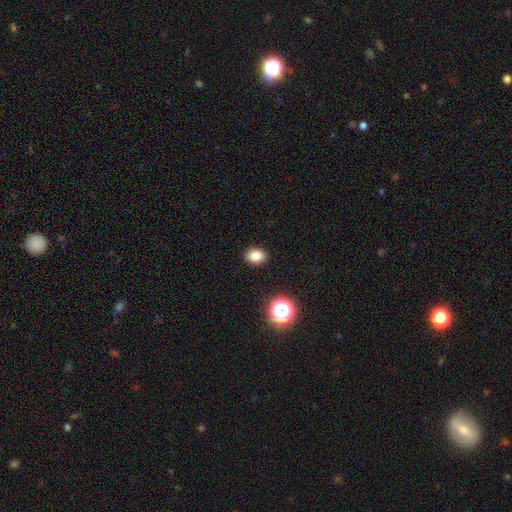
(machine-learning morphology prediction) Smooth or featured? Predicted: smooth (p=0.83). How rounded? Predicted: in between (p=0.63). Merging? Predicted: none (p=0.90).